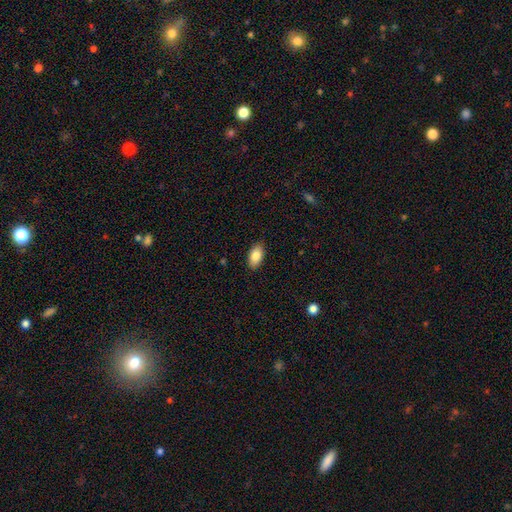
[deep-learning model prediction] This is clearly a smooth galaxy (84%). How rounded: clearly in between (94%). Merging: clearly none (88%).